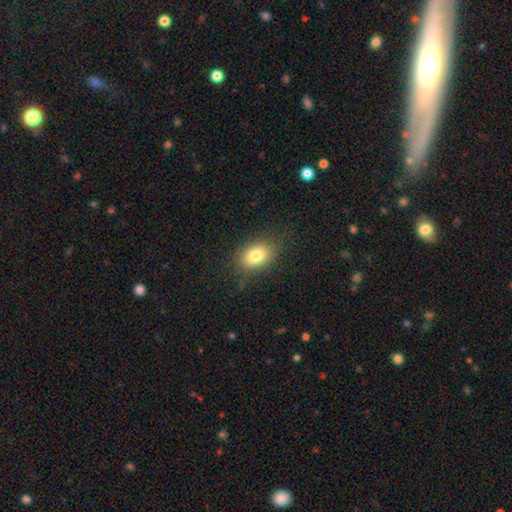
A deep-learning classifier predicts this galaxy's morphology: A smooth galaxy with no disk features (81%) that is in between round and cigar-shaped (82%). Merging: none (80%).